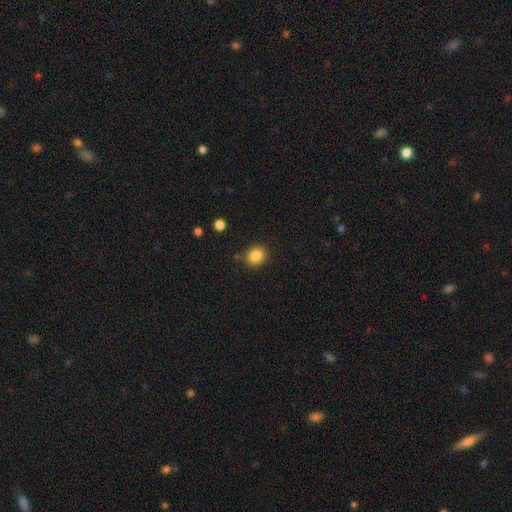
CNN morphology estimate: smooth 85%, star or artifact 10%, featured or disk 5%. Down the decision tree: how rounded — round (73%); merging — none (85%).